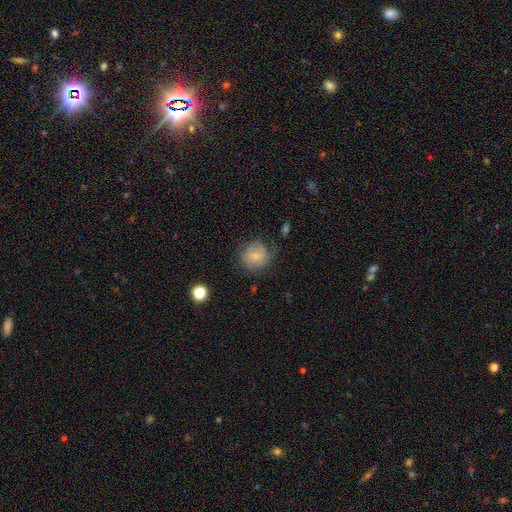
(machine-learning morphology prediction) smooth-or-featured: smooth: 60% | featured or disk: 32% | star or artifact: 8%
  how-rounded: round: 84% | in between: 16% | cigar-shaped: 1%
  merging: none: 61% | minor disturbance: 25% | major disturbance: 13% | merger: 2%